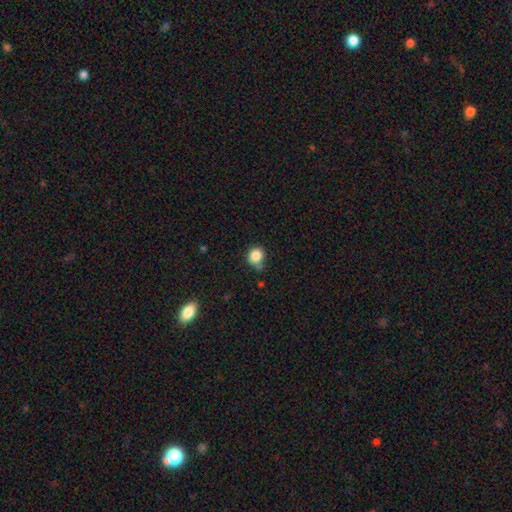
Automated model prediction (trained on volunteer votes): Morphology: type=smooth (85%); roundness=round (81%); merging=none (62%).